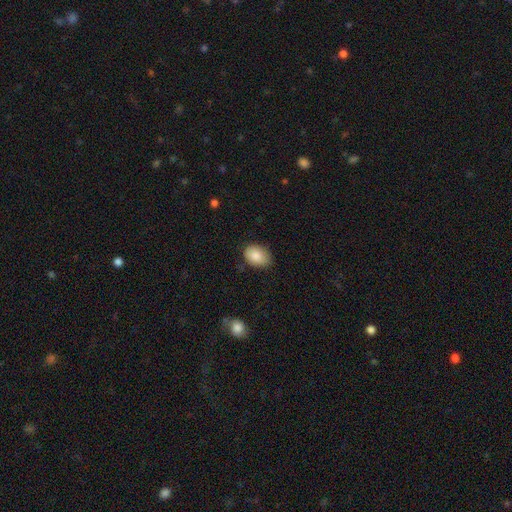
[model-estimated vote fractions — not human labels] smooth 87%, star or artifact 7%, featured or disk 6%. Down the decision tree: how rounded — in between (78%); merging — none (74%).